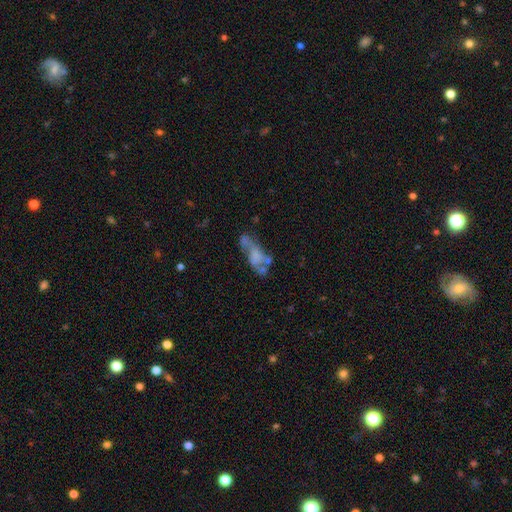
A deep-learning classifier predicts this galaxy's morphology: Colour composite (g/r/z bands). It shows a featured or disk galaxy (47%). Merging: none (32%).